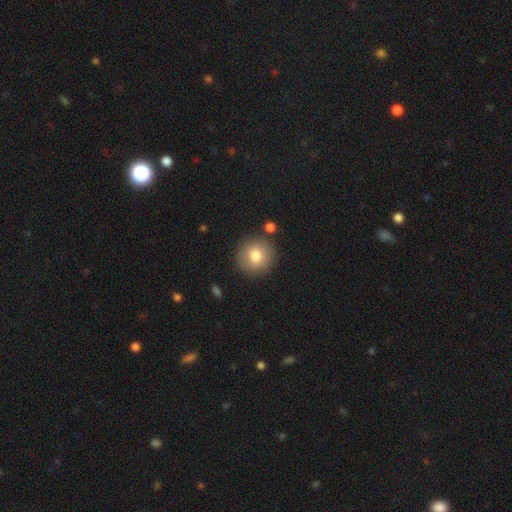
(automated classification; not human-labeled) This appears to be a smooth galaxy with no disk features (79%) that is round (91%). Merging: none (86%).